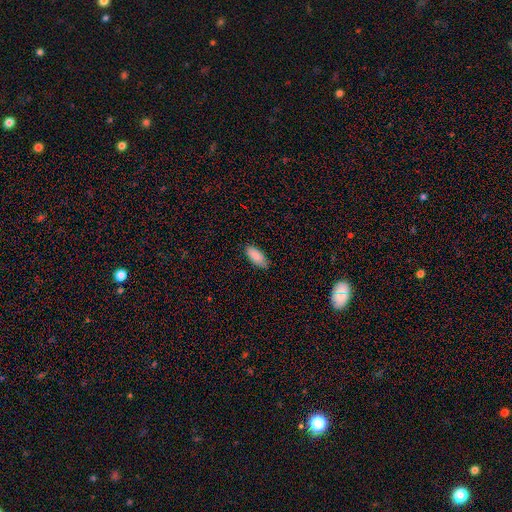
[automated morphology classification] Smooth or featured?
  - smooth: 89% *
  - star or artifact: 6%
  - featured or disk: 4%
How rounded?
  - in between: 87% *
  - cigar-shaped: 12%
  - round: 2%
Merging?
  - none: 81% *
  - minor disturbance: 16%
  - major disturbance: 2%
  - merger: 1%